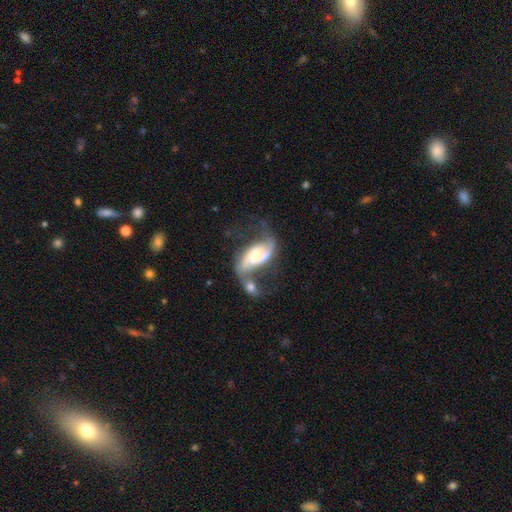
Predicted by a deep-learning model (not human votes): Smooth or featured: featured or disk — 83% (smooth — 12%)
Edge-on disk: no — 95% (yes — 5%)
Bar: weak — 41% (tied with no — 41%)
Spiral arms: yes — 94% (no — 6%)
Spiral winding: loose — 46% (medium — 40%)
Spiral arm count: 2 — 85% (can't tell — 6%)
Bulge size: moderate — 54% (small — 21%)
Merging: merger — 46% (none — 22%)